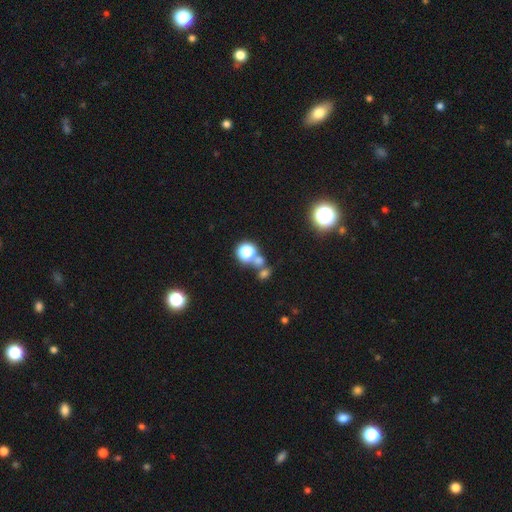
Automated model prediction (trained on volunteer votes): Overall: smooth (49%; star or artifact 41%). Merging: none (57%; merger 30%).